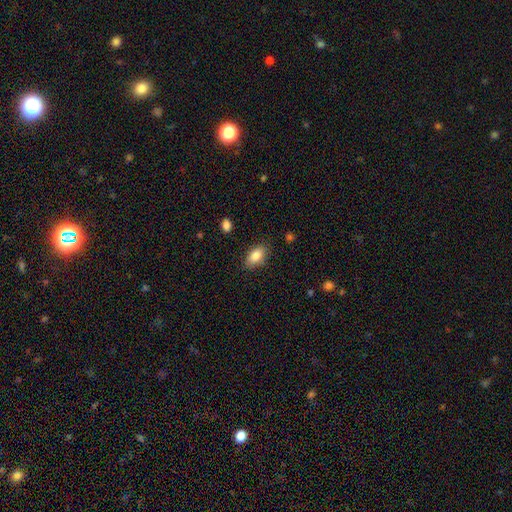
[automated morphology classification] type=smooth (84%); roundness=in between (90%); merging=none (85%).